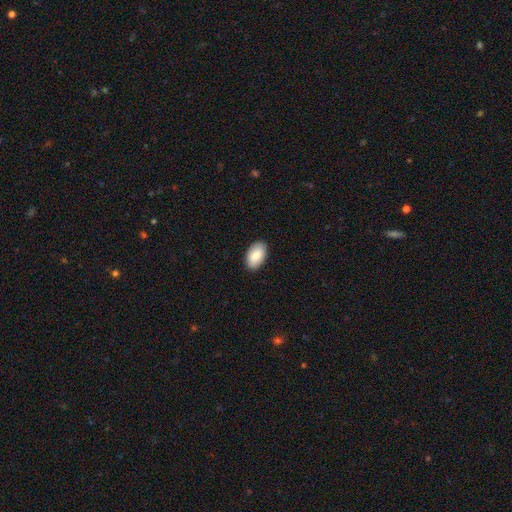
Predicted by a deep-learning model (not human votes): A smooth galaxy with no disk features (86%) that is in between round and cigar-shaped (95%). Merging: none (89%).